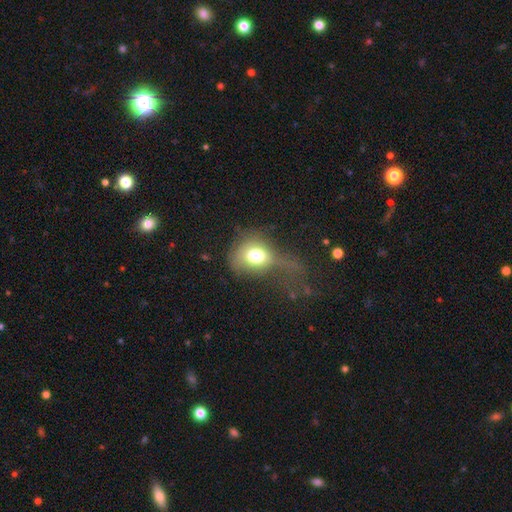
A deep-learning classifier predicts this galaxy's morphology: This is likely a smooth galaxy (70%). How rounded: possibly round (53%). Merging: possibly major disturbance (49%).